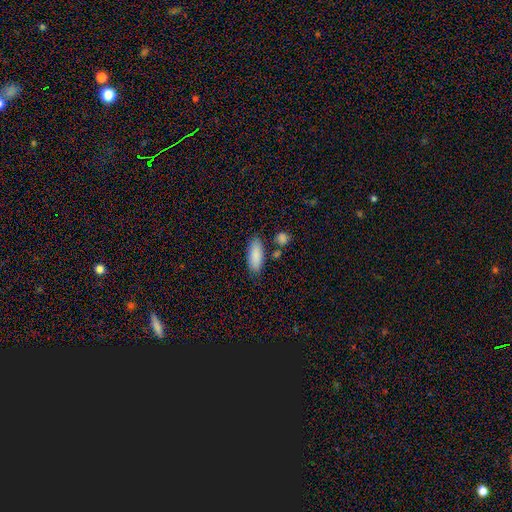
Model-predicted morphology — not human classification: smooth 88%, star or artifact 6%, featured or disk 6%. Down the decision tree: how rounded — in between (78%); merging — none (78%).